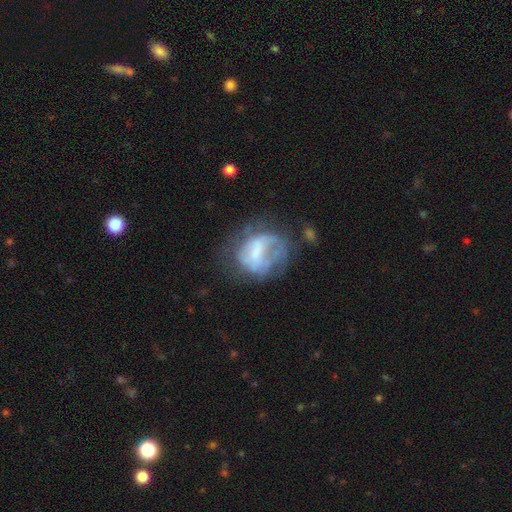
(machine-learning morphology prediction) This is possibly a featured or disk galaxy (58%). It is clearly not viewed edge-on (97%). Bar: possibly no (49%). Spiral arm pattern: possibly no (52%). Central bulge: marginally small (33%). Merging: marginally none (43%).